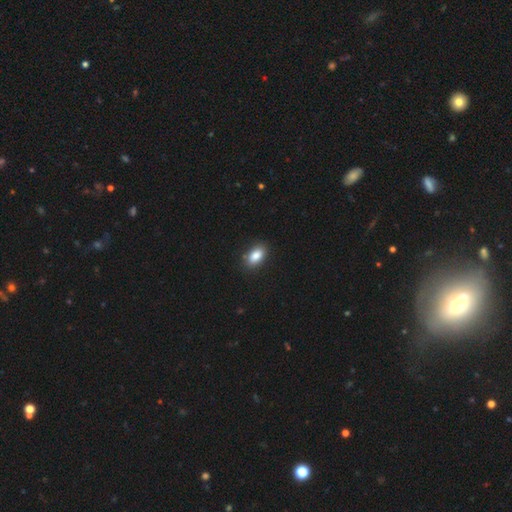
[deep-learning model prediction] Overall: smooth (86%). How rounded: in between (90%). Merging: none (87%).